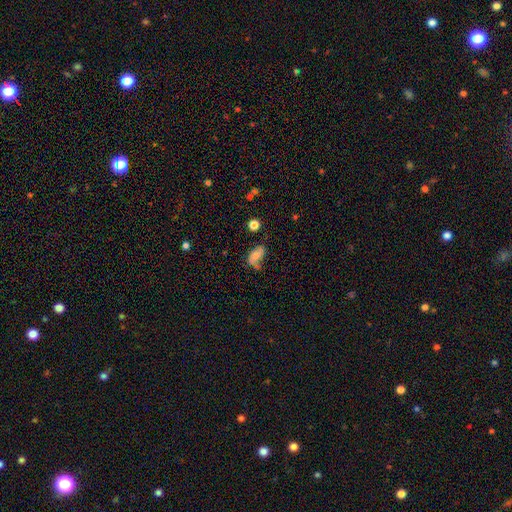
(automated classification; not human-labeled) Q: Smooth or featured?
A: smooth (55%); runner-up: featured or disk (34%)
Q: How rounded?
A: in between (88%); runner-up: round (8%)
Q: Merging?
A: none (41%); runner-up: minor disturbance (31%)